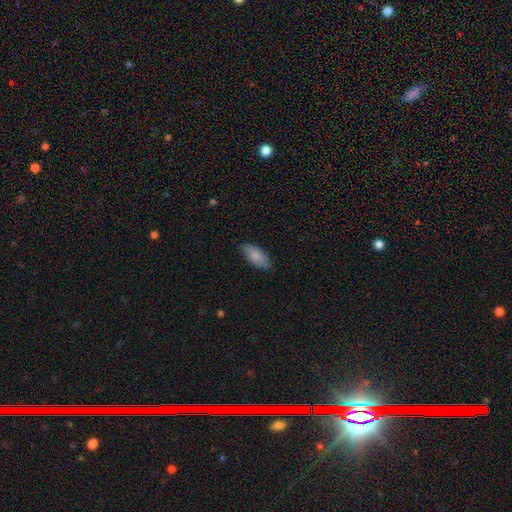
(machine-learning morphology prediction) smooth-or-featured: smooth: 86% | featured or disk: 8% | star or artifact: 6%
  how-rounded: in between: 85% | cigar-shaped: 13% | round: 2%
  merging: none: 83% | minor disturbance: 14% | major disturbance: 2% | merger: 1%